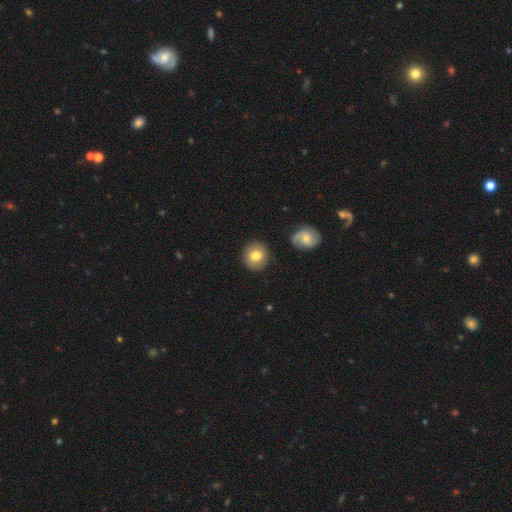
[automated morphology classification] smooth_or_featured: smooth (p=0.78) [alt: featured or disk p=0.14]
how_rounded: round (p=0.90) [alt: in between p=0.09]
merging: none (p=0.88) [alt: minor disturbance p=0.08]